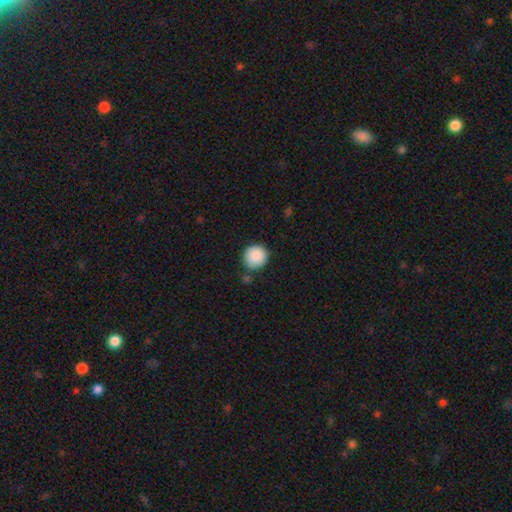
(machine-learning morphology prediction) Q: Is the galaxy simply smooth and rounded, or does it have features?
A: smooth — 89%.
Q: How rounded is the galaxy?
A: round — 92%.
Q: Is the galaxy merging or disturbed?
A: none — 81%.